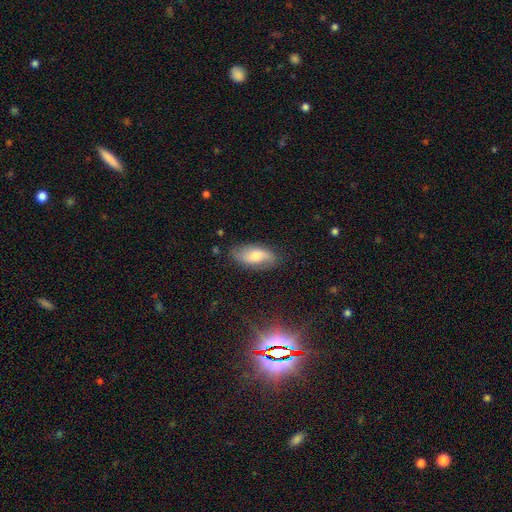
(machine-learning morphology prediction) A smooth galaxy with no disk features (52%) that is in between round and cigar-shaped (86%).

Vote fractions:
- Smooth or featured? smooth: 52% / featured or disk: 39% / star or artifact: 9%
- How rounded? in between: 86% / cigar-shaped: 10% / round: 3%
- Merging? none: 76% / minor disturbance: 18% / major disturbance: 4% / merger: 2%